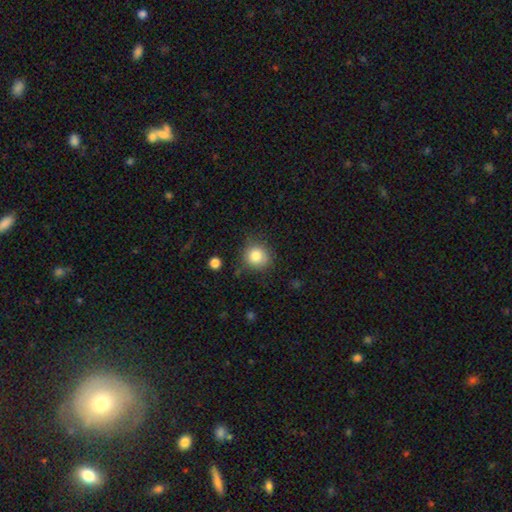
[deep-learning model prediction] A smooth galaxy with no disk features (82%) that is round (89%). Merging: none (79%).